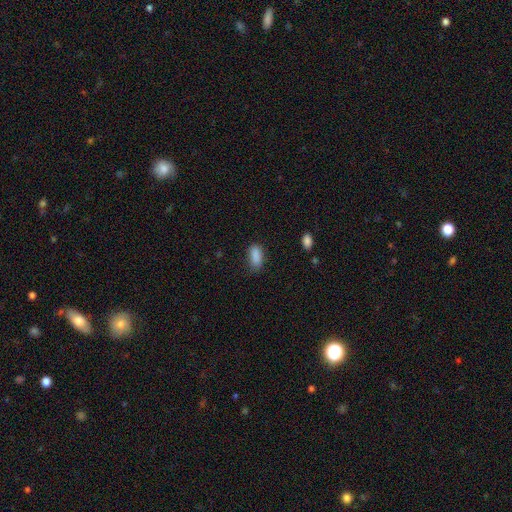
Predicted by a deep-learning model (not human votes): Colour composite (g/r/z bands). It shows a smooth galaxy with no disk features (87%) that is in between round and cigar-shaped (85%). Merging: none (72%).